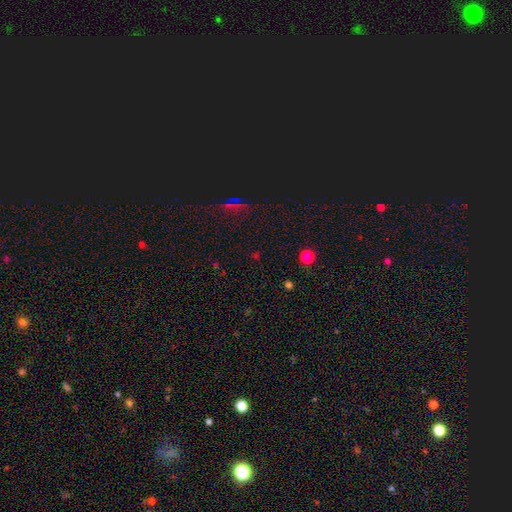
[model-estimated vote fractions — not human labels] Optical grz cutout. It shows a star or artifact, not a galaxy (60%).